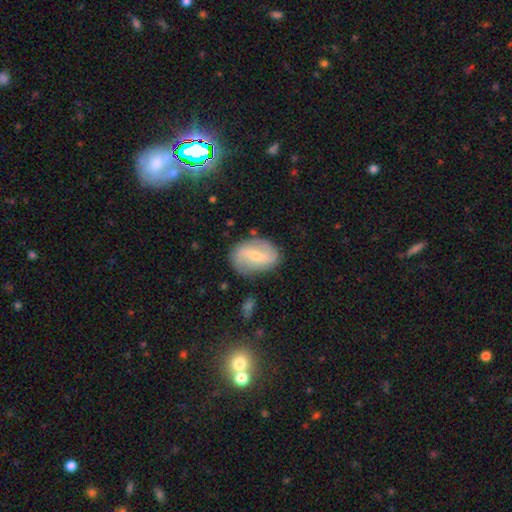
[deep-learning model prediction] The model was most divided on "bar": weak: 42%, strong: 40%, no: 18%. More confident: edge-on disk — no (94%); spiral arms — yes (80%); merging — none (79%); smooth or featured — featured or disk (66%); bulge size — small (55%).